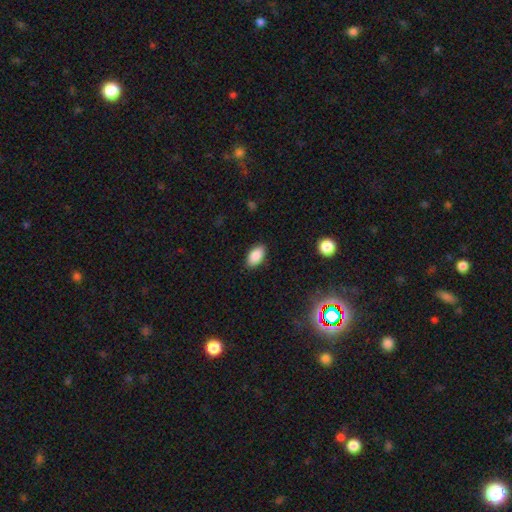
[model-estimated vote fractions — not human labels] smooth 88%, star or artifact 7%, featured or disk 4%. Down the decision tree: how rounded — in between (94%); merging — none (87%).